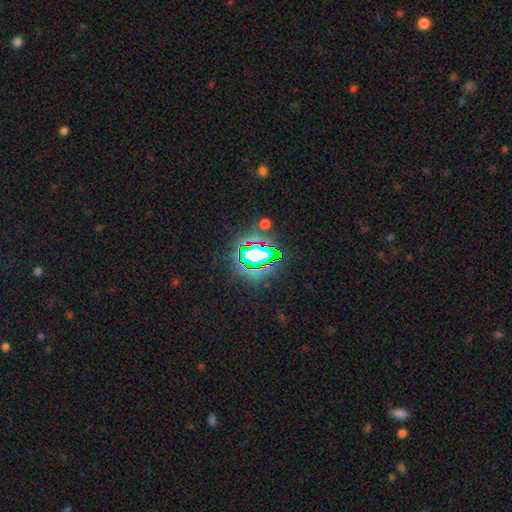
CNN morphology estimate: smooth-or-featured: star or artifact: 72% | smooth: 17% | featured or disk: 11%